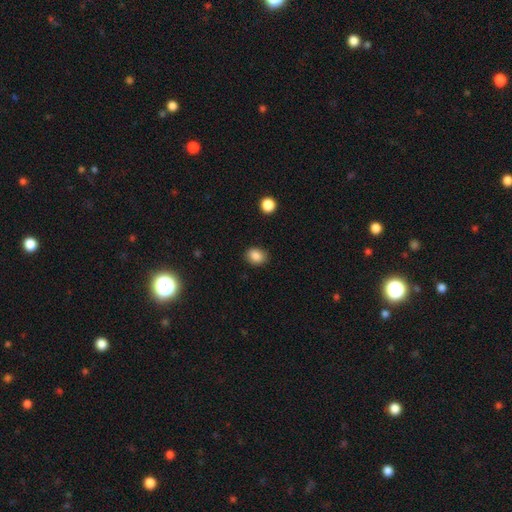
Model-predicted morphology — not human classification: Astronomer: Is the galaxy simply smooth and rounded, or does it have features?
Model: smooth — 86%.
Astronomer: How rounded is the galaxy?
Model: in between — 53% (runner-up: round, 46%).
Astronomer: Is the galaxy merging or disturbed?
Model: none — 85%.